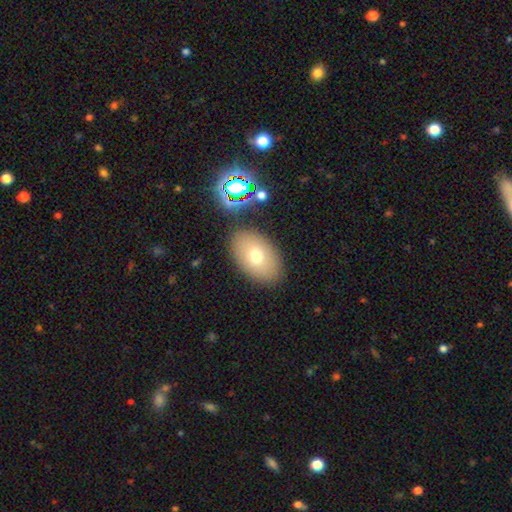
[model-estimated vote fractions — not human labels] smooth_or_featured: smooth (p=0.70) [alt: featured or disk p=0.19]
how_rounded: in between (p=0.87) [alt: round p=0.12]
merging: none (p=0.84) [alt: minor disturbance p=0.09]